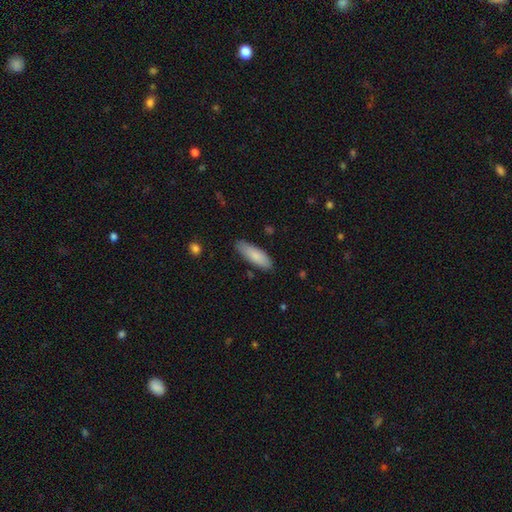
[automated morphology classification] A smooth galaxy with no disk features (83%) that is in between round and cigar-shaped (56%). Merging: none (83%).